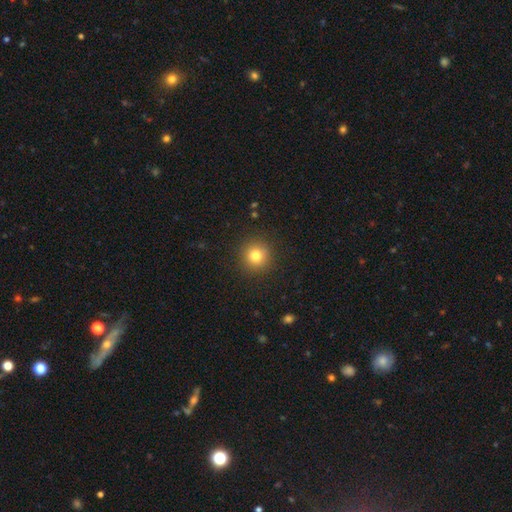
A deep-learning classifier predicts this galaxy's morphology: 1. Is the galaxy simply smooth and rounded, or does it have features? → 80% smooth, 13% star or artifact, 7% featured or disk.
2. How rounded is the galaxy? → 94% round, 5% in between, 1% cigar-shaped.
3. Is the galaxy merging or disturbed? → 90% none, 6% minor disturbance, 2% major disturbance, 1% merger.